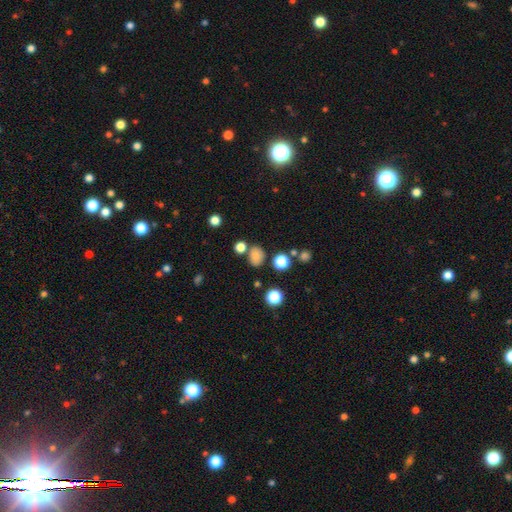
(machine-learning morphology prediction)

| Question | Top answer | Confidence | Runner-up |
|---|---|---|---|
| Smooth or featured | smooth | 77% | star or artifact (15%) |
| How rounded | in between | 53% | round (46%) |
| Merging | none | 72% | minor disturbance (13%) |